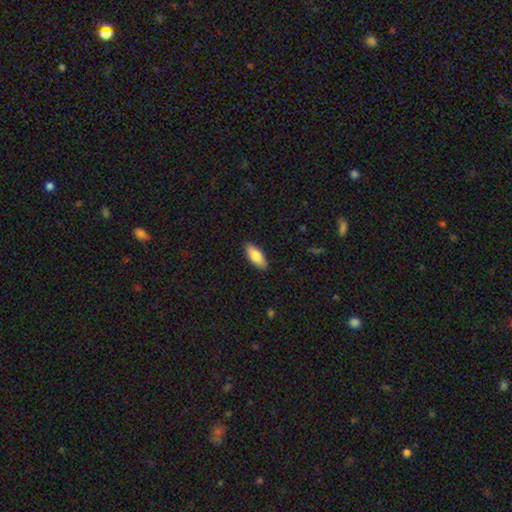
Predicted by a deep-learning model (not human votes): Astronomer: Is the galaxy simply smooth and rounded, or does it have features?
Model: smooth — 80%.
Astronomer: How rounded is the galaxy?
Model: in between — 81%.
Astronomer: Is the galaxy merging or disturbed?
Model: none — 89%.